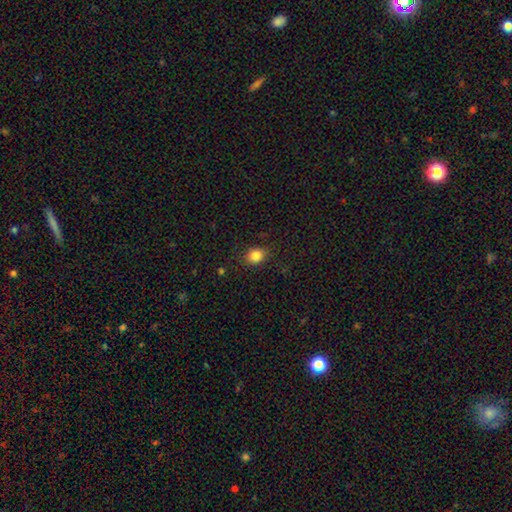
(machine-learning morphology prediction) smooth-or-featured: smooth: 85% | star or artifact: 11% | featured or disk: 5%
  how-rounded: round: 62% | in between: 37% | cigar-shaped: 1%
  merging: none: 84% | minor disturbance: 12% | major disturbance: 3% | merger: 1%